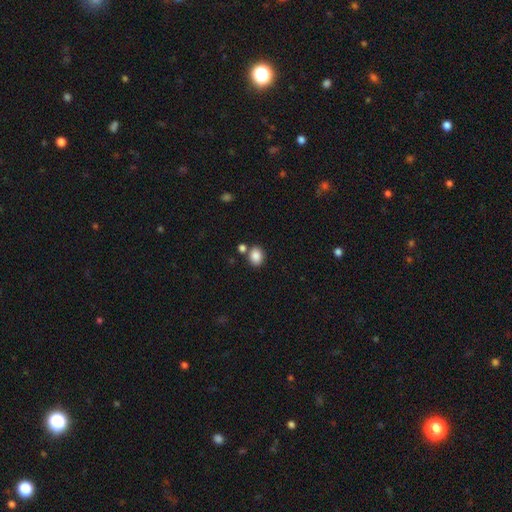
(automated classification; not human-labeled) Morphology: type=smooth (87%); roundness=in between (55%); merging=none (71%).